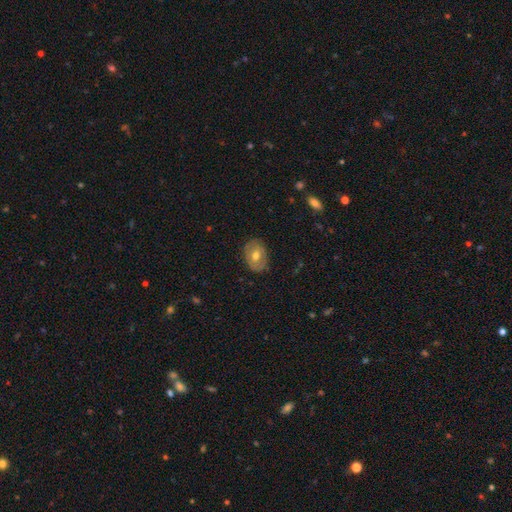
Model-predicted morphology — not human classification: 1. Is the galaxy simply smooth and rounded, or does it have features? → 56% smooth, 36% featured or disk, 8% star or artifact.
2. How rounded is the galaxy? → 67% in between, 32% round, 1% cigar-shaped.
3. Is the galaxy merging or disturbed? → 83% none, 13% minor disturbance, 3% major disturbance, 1% merger.